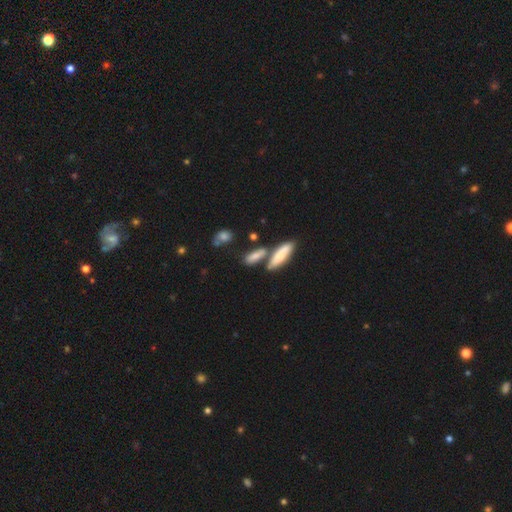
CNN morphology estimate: Q: Smooth or featured?
A: smooth (72%); runner-up: featured or disk (19%)
Q: How rounded?
A: cigar-shaped (48%); runner-up: in between (47%)
Q: Merging?
A: none (51%); runner-up: merger (31%)